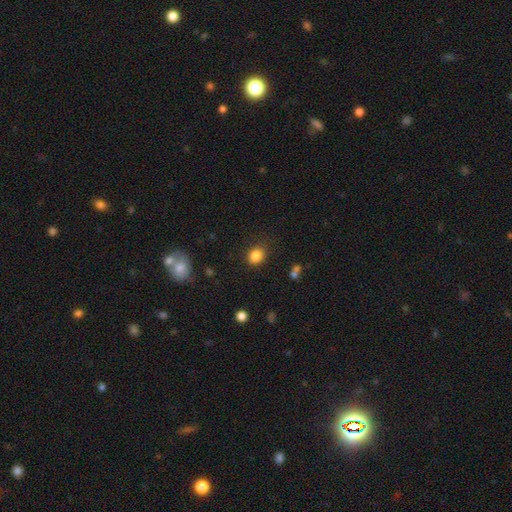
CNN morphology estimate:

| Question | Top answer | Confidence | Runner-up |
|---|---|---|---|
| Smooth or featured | smooth | 85% | star or artifact (11%) |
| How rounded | round | 64% | in between (35%) |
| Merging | none | 82% | minor disturbance (12%) |